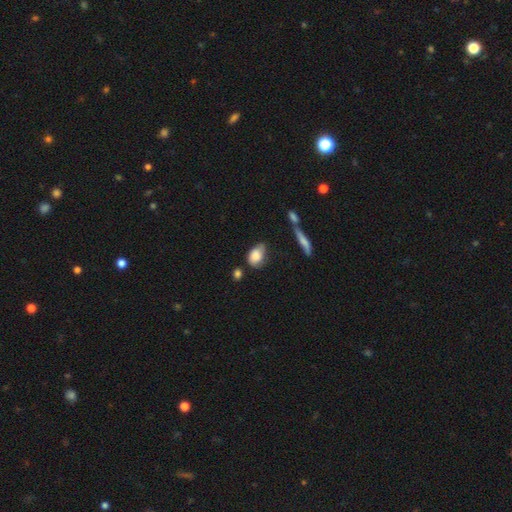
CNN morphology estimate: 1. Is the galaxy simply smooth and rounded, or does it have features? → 79% smooth, 14% featured or disk, 7% star or artifact.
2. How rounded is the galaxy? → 83% in between, 15% round, 2% cigar-shaped.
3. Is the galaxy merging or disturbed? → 44% none, 37% minor disturbance, 11% major disturbance, 8% merger.